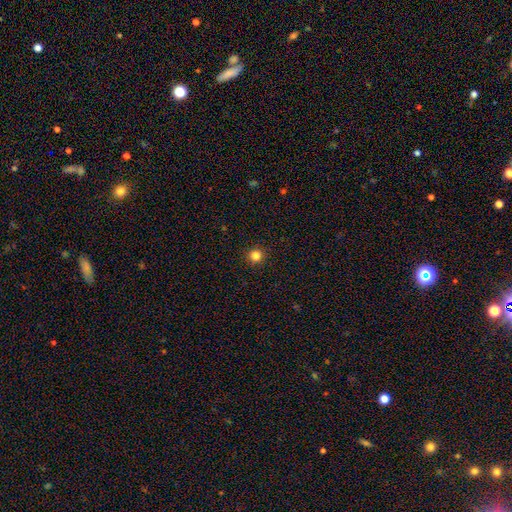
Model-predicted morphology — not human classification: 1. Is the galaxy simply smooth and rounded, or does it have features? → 82% smooth, 13% star or artifact, 4% featured or disk.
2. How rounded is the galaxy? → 95% round, 4% in between, 1% cigar-shaped.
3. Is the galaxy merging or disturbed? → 93% none, 5% minor disturbance, 2% major disturbance, 1% merger.